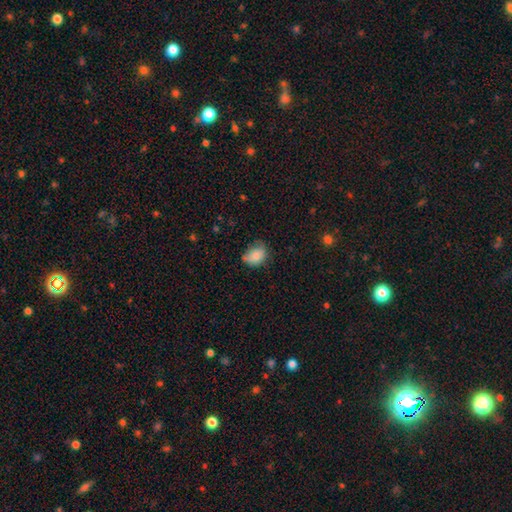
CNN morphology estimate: smooth 80%, featured or disk 11%, star or artifact 9%. Down the decision tree: how rounded — in between (61%); merging — none (52%).